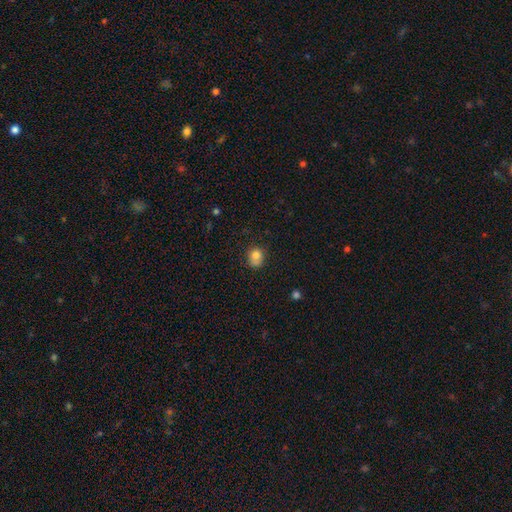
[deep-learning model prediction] Smooth or featured? smooth (79%)
How rounded? round (65%)
Merging? none (55%)